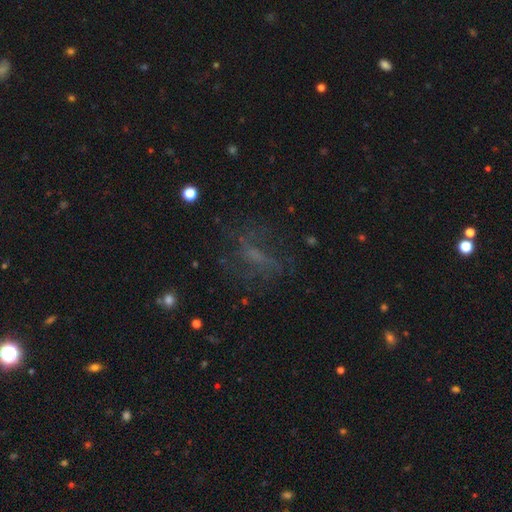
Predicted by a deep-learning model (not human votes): This appears to be a featured or disk galaxy (42%). Merging: none (57%).